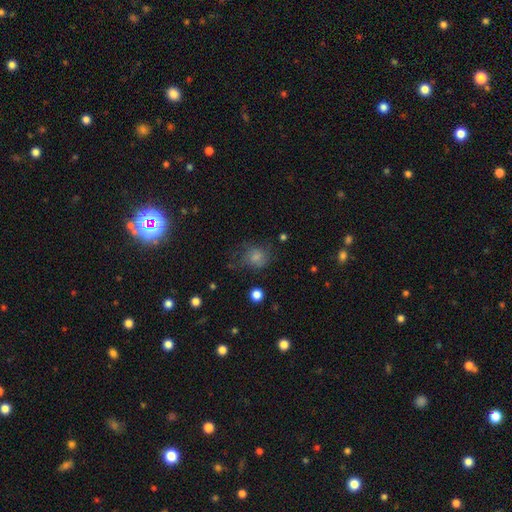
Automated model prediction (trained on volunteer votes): Smooth or featured? Predicted: smooth (p=0.46). Merging? Predicted: none (p=0.67).